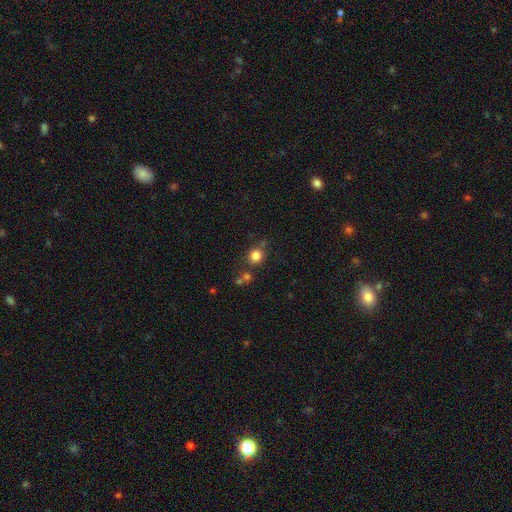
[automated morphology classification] This appears to be a smooth galaxy with no disk features (82%) that is round (86%). Merging: none (75%).